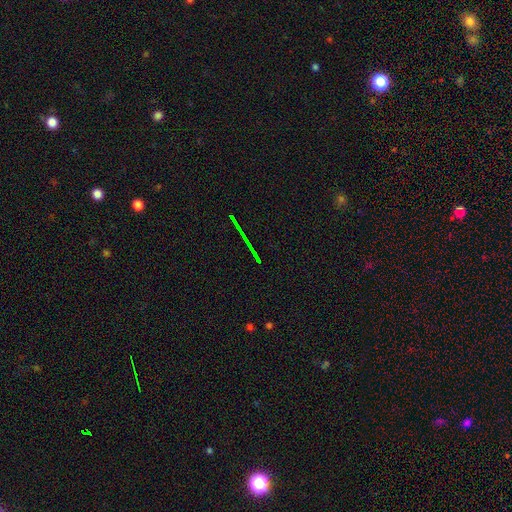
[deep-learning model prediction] star or artifact 76%, featured or disk 14%, smooth 10%.